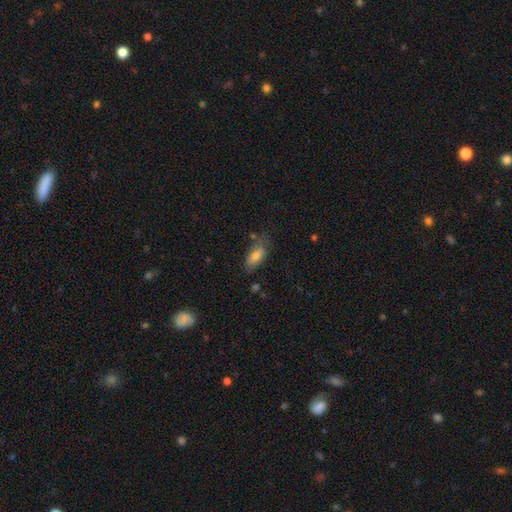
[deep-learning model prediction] A smooth galaxy with no disk features (68%) that is in between round and cigar-shaped (82%). Merging: none (60%).